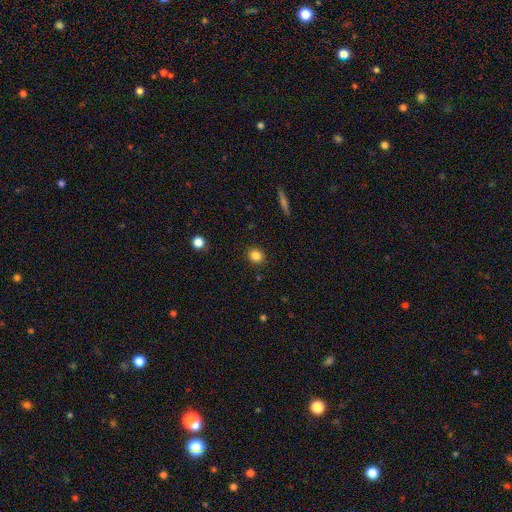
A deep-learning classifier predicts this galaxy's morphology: smooth 84%, star or artifact 11%, featured or disk 5%. Down the decision tree: how rounded — round (73%); merging — none (90%).